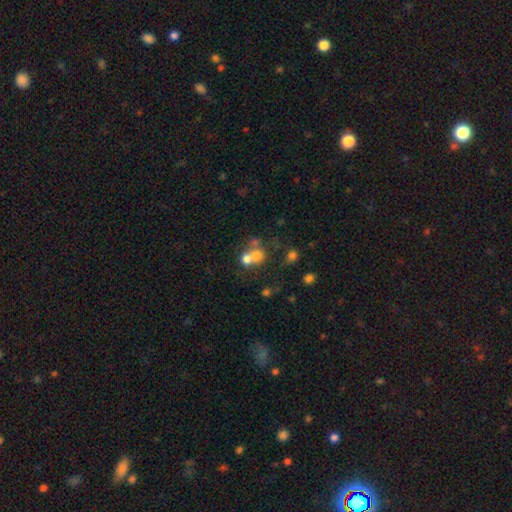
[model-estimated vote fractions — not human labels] This is likely a smooth galaxy (65%). How rounded: clearly round (81%). Merging: possibly merger (53%).